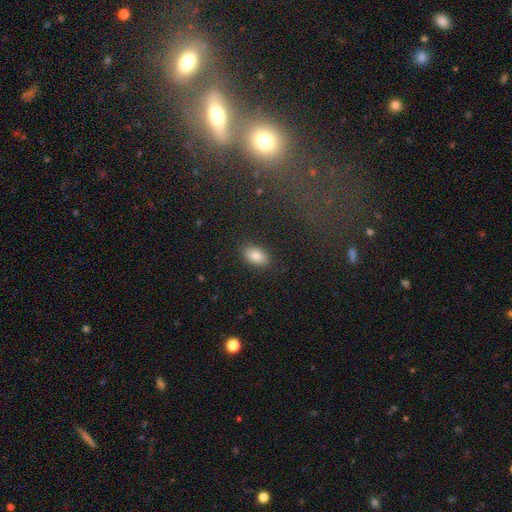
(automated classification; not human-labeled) Morphology: type=smooth (83%); roundness=in between (91%); merging=none (87%).